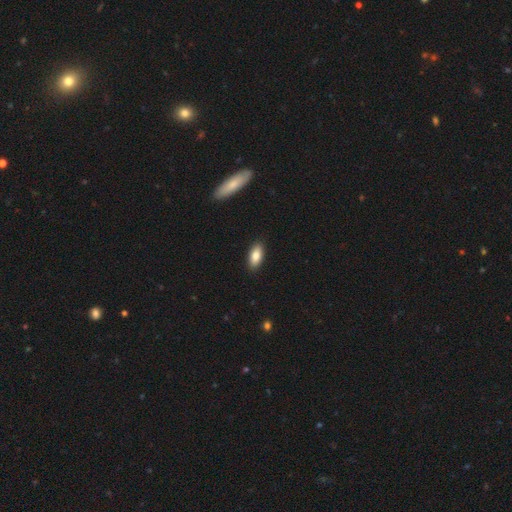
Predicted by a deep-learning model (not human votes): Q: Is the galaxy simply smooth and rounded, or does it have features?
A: smooth — 85%.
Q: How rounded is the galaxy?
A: in between — 88%.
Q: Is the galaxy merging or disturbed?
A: none — 89%.